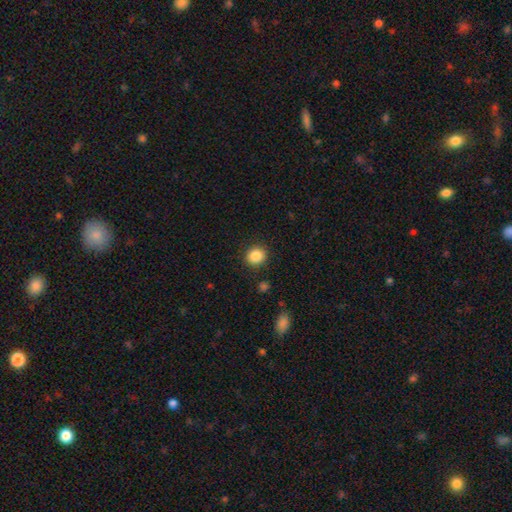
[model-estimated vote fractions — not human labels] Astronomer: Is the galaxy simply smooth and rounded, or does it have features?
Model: smooth — 87%.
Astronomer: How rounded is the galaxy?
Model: round — 82%.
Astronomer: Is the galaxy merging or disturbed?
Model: none — 89%.